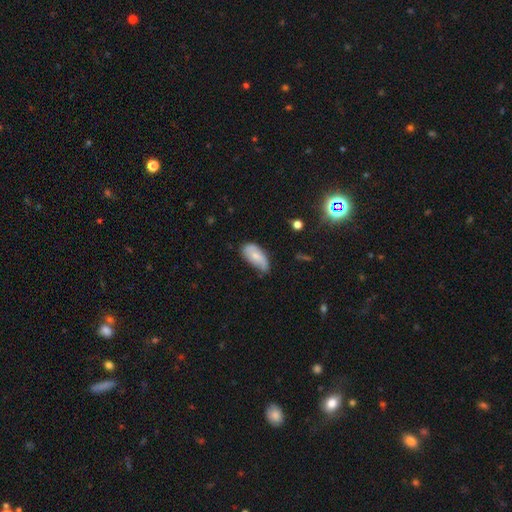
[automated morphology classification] smooth-or-featured: smooth: 64% | featured or disk: 29% | star or artifact: 7%
  how-rounded: in between: 92% | cigar-shaped: 5% | round: 3%
  merging: none: 46% | minor disturbance: 41% | major disturbance: 10% | merger: 3%